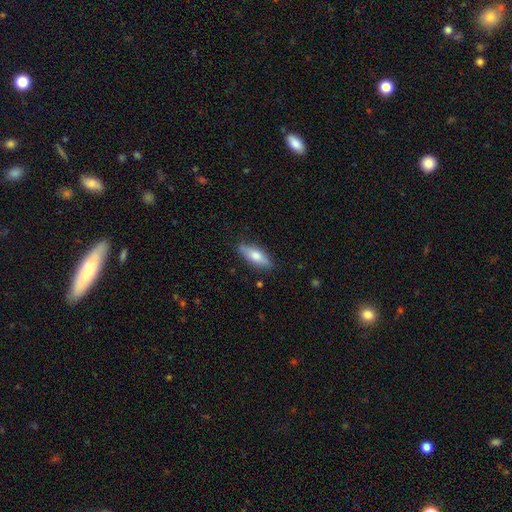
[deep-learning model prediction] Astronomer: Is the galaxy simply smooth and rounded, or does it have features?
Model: smooth — 65%.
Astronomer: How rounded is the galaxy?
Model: in between — 59% (runner-up: cigar-shaped, 38%).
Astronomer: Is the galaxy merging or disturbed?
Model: none — 84%.